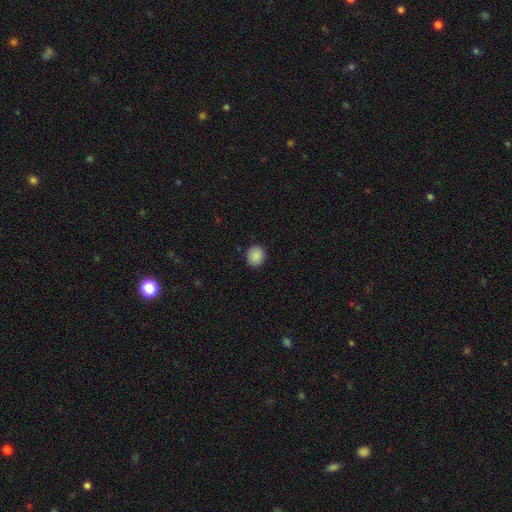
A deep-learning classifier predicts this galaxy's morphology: smooth 89%, star or artifact 8%, featured or disk 3%. Down the decision tree: how rounded — round (87%); merging — none (91%).